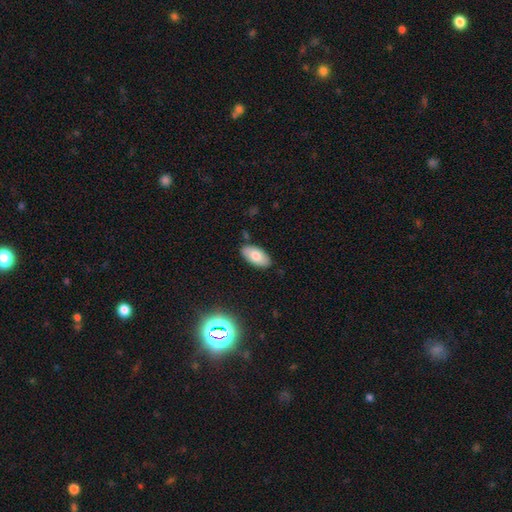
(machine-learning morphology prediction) The model was most divided on "smooth or featured": smooth: 76%, featured or disk: 16%, star or artifact: 8%. More confident: how rounded — in between (94%); merging — none (85%).